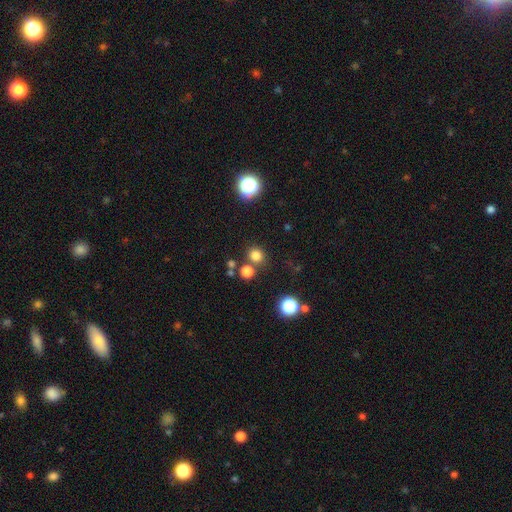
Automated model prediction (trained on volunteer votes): Overall: smooth (77%). How rounded: round (83%). Merging: none (75%).